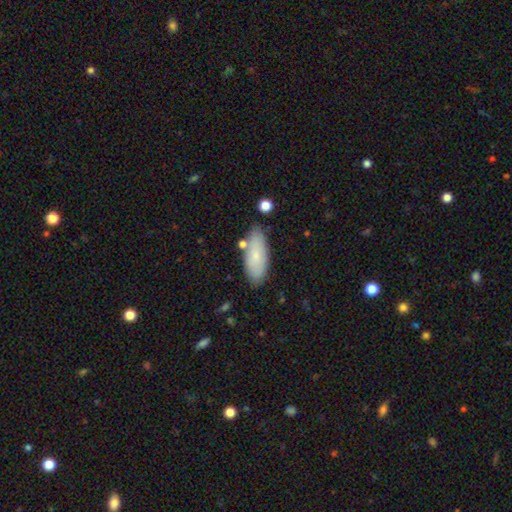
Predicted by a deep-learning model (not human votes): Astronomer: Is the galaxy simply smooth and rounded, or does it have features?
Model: smooth — 76%.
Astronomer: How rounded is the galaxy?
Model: in between — 77%.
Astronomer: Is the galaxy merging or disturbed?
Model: none — 78%.